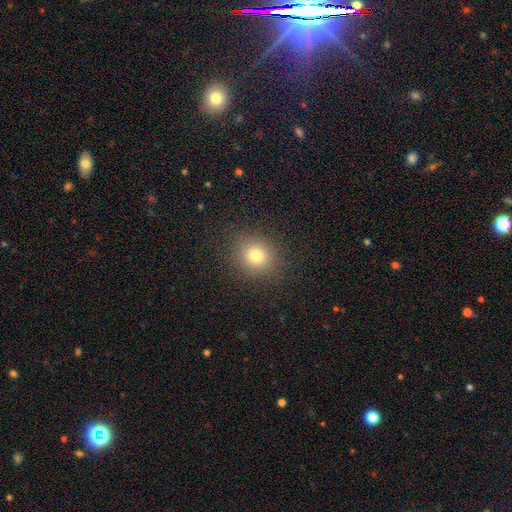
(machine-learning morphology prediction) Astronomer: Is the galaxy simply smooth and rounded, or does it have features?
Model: smooth — 77%.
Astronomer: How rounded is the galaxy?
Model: round — 79%.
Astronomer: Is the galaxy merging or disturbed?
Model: none — 88%.